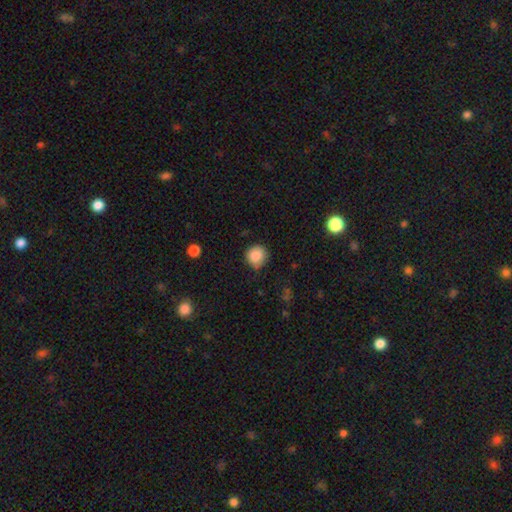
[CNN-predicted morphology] Overall: smooth (85%). How rounded: round (92%). Merging: none (78%).